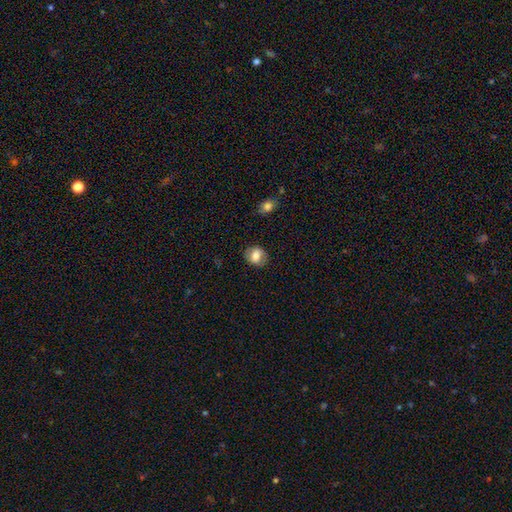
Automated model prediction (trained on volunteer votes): This is likely a smooth galaxy (68%). How rounded: possibly round (51%). Merging: likely none (78%).